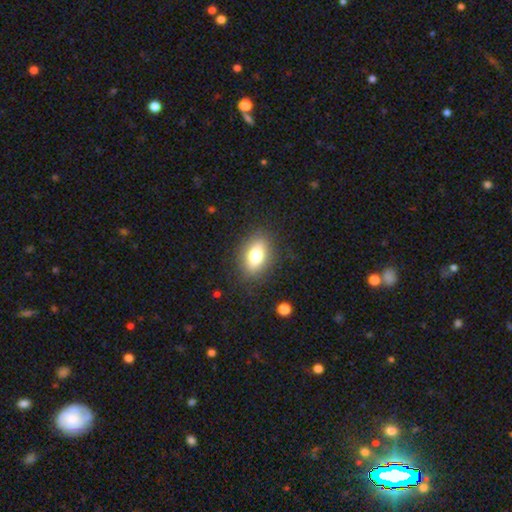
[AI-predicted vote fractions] Q: Smooth or featured?
A: smooth (71%); runner-up: featured or disk (19%)
Q: How rounded?
A: in between (79%); runner-up: round (17%)
Q: Merging?
A: none (86%); runner-up: minor disturbance (10%)